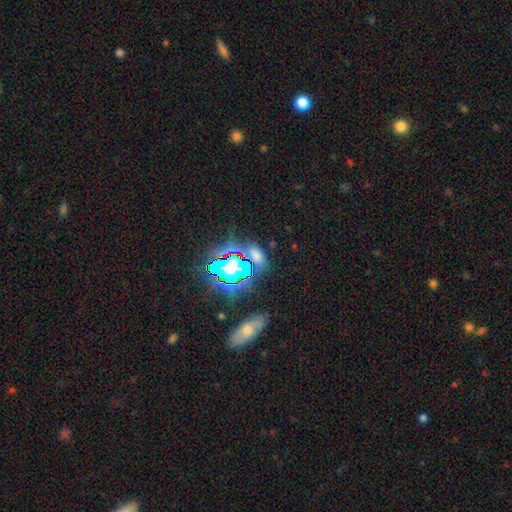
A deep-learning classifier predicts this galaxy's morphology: Smooth or featured?
  - star or artifact: 46% *
  - smooth: 42%
  - featured or disk: 12%